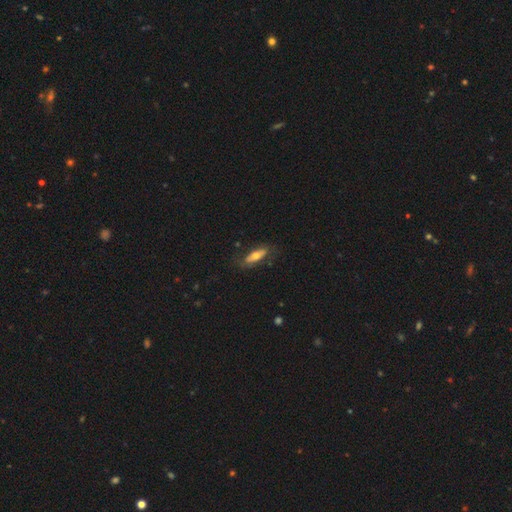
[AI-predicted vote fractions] Smooth or featured? smooth (56%)
How rounded? in between (54%)
Merging? none (71%)